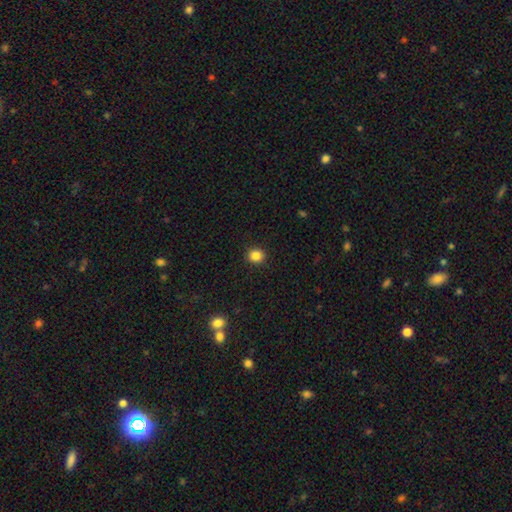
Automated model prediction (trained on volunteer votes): The model was most divided on "how rounded": round: 85%, in between: 14%, cigar-shaped: 1%. More confident: merging — none (92%); smooth or featured — smooth (85%).